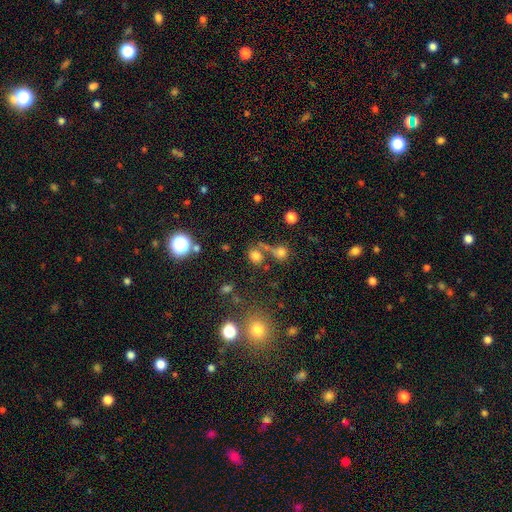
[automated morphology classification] Smooth or featured? Predicted: smooth (p=0.71). How rounded? Predicted: round (p=0.54). Merging? Predicted: none (p=0.59).